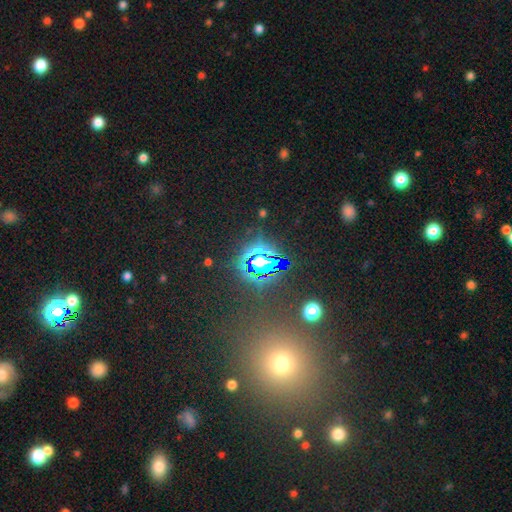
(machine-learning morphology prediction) type=star or artifact (77%).